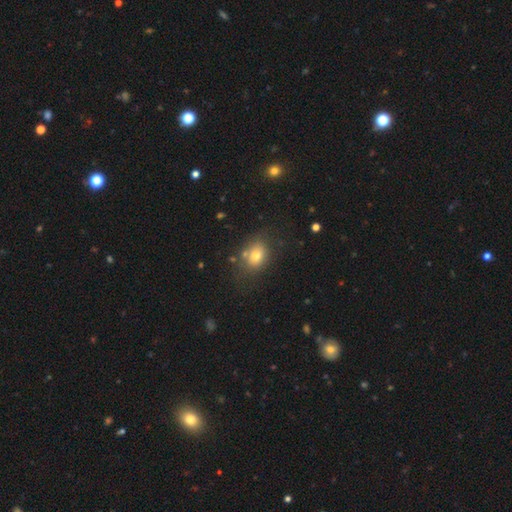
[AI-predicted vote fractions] Q: Smooth or featured?
A: smooth (75%); runner-up: featured or disk (13%)
Q: How rounded?
A: in between (56%); runner-up: round (43%)
Q: Merging?
A: none (70%); runner-up: minor disturbance (17%)